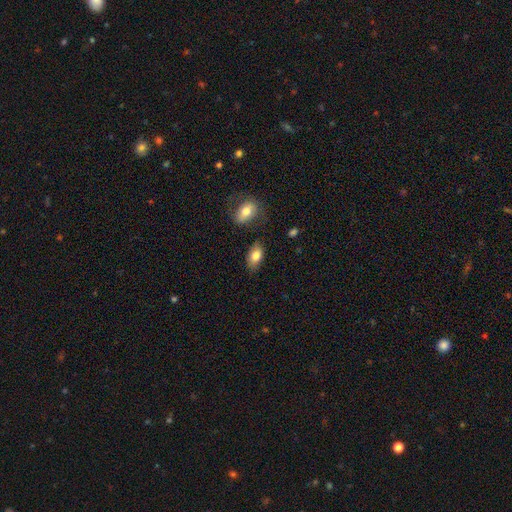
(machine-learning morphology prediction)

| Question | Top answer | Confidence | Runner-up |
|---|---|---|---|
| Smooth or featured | smooth | 82% | featured or disk (11%) |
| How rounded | in between | 91% | round (7%) |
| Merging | none | 79% | minor disturbance (14%) |